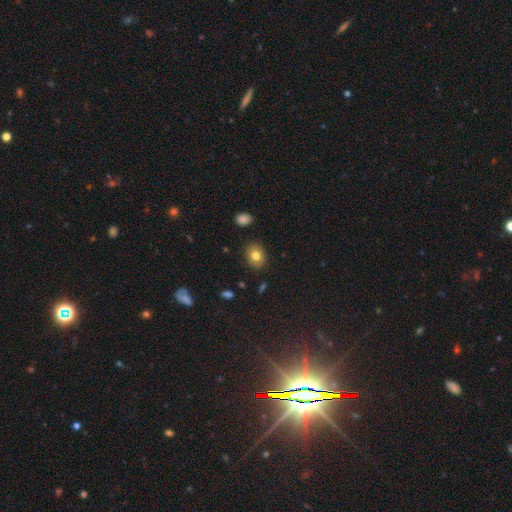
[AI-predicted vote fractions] Smooth or featured? Predicted: smooth (p=0.79). How rounded? Predicted: in between (p=0.53). Merging? Predicted: none (p=0.88).